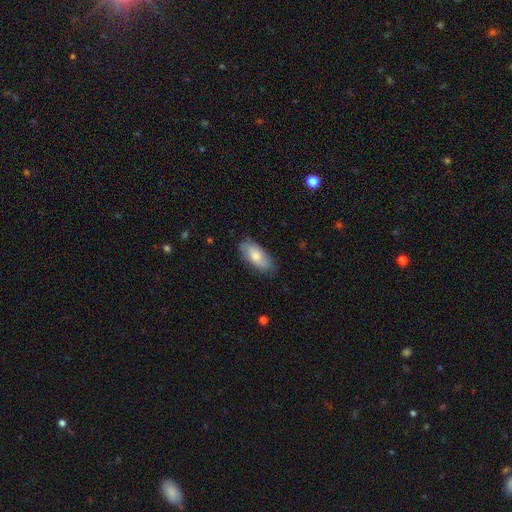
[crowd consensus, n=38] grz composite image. It shows a smooth galaxy with no disk features (84%) that is in between round and cigar-shaped (91%). Merging: none (61%).